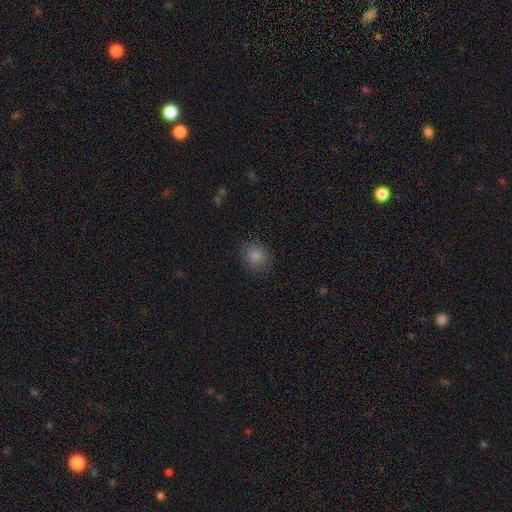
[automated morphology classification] This appears to be a smooth galaxy with no disk features (84%) that is round (75%). Merging: none (85%).